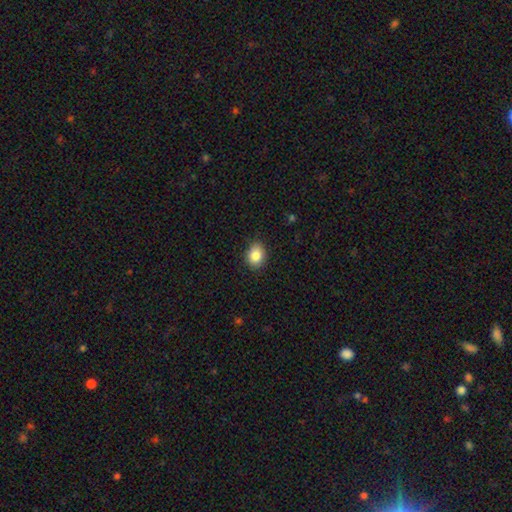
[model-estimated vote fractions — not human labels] A smooth galaxy with no disk features (85%) that is in between round and cigar-shaped (53%).

Vote fractions:
- Smooth or featured? smooth: 85% / star or artifact: 9% / featured or disk: 6%
- How rounded? in between: 53% / round: 47% / cigar-shaped: 1%
- Merging? none: 85% / minor disturbance: 12% / major disturbance: 2% / merger: 1%